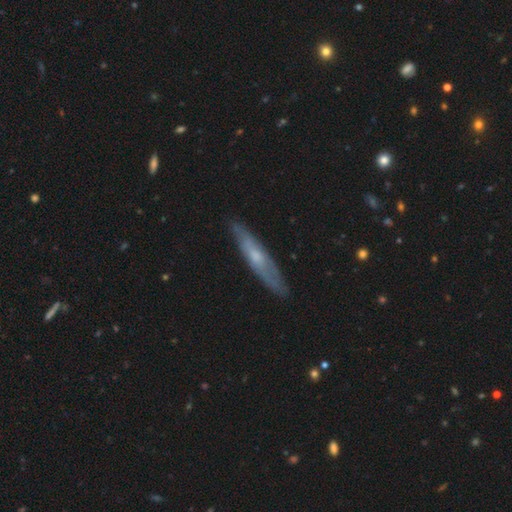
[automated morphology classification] Smooth or featured? Predicted: featured or disk (p=0.57). Edge-on disk? Predicted: yes (p=0.71). Merging? Predicted: none (p=0.83).